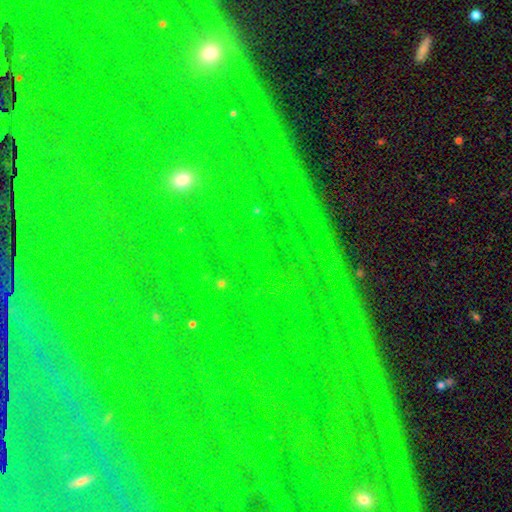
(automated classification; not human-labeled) smooth_or_featured: star or artifact (p=0.83) [alt: featured or disk p=0.09]